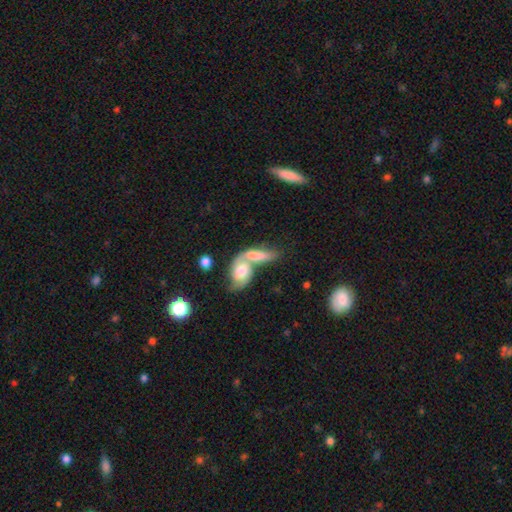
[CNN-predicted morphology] Smooth or featured?
  - smooth: 54% *
  - featured or disk: 39%
  - star or artifact: 7%
How rounded?
  - in between: 69% *
  - cigar-shaped: 24%
  - round: 7%
Merging?
  - merger: 66% *
  - none: 20%
  - minor disturbance: 8%
  - major disturbance: 6%